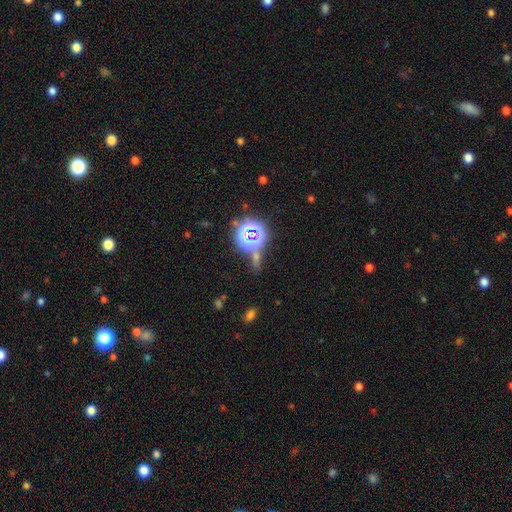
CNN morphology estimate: Smooth or featured: star or artifact — 69% (smooth — 21%)